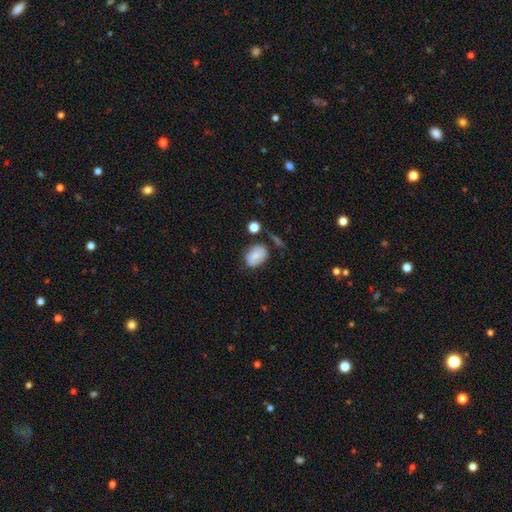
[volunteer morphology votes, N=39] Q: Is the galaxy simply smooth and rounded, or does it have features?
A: smooth — 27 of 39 (69%).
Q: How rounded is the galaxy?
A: in between — 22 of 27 (81%).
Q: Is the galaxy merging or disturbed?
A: none — 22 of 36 (61%).